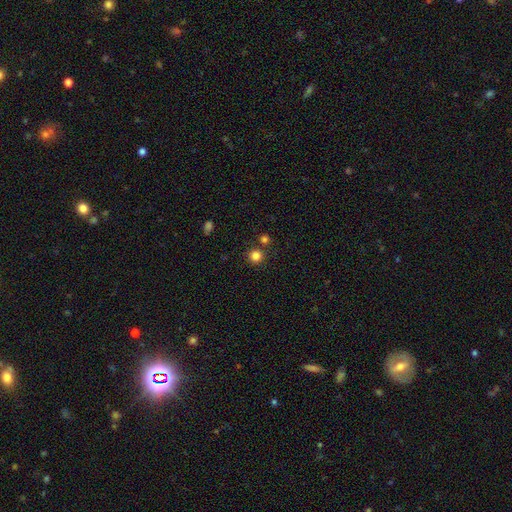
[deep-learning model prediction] Smooth or featured?
  - smooth: 82% *
  - star or artifact: 14%
  - featured or disk: 4%
How rounded?
  - round: 94% *
  - in between: 5%
  - cigar-shaped: 1%
Merging?
  - none: 82% *
  - merger: 9%
  - minor disturbance: 6%
  - major disturbance: 2%